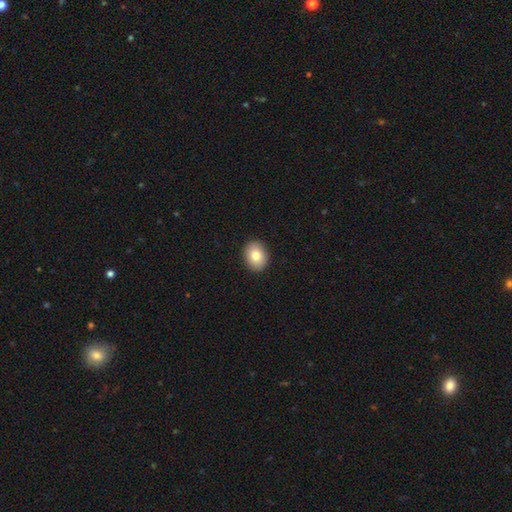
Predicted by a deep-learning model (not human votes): This is clearly a smooth galaxy (81%). How rounded: possibly in between (57%). Merging: clearly none (91%).